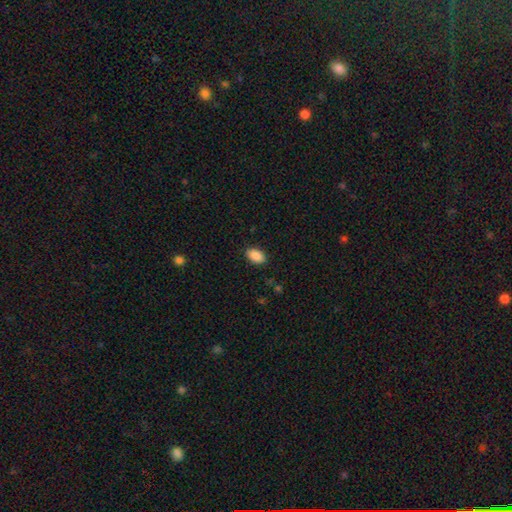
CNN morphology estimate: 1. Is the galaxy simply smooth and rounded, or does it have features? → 90% smooth, 7% star or artifact, 3% featured or disk.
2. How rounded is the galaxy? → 93% in between, 5% round, 2% cigar-shaped.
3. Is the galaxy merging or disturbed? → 88% none, 9% minor disturbance, 2% major disturbance, 1% merger.